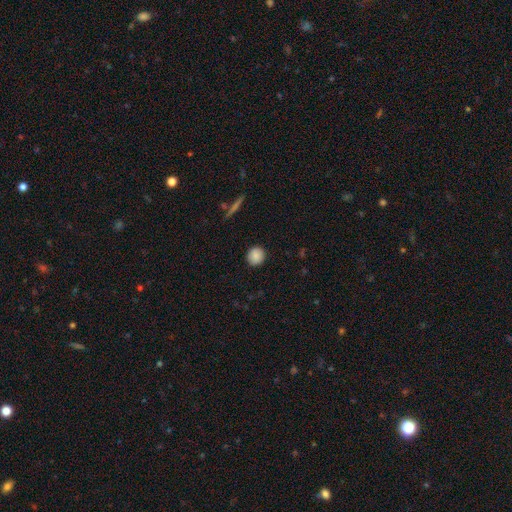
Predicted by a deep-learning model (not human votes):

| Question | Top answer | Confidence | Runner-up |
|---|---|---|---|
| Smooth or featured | smooth | 86% | star or artifact (8%) |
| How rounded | round | 91% | in between (8%) |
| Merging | none | 91% | minor disturbance (7%) |